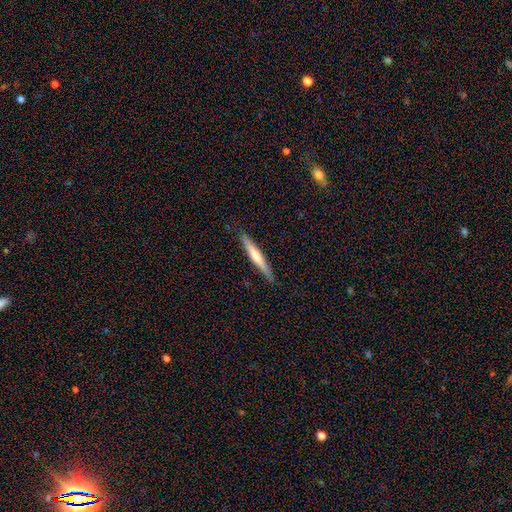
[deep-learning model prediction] Smooth or featured: smooth — 53% (featured or disk — 41%)
How rounded: cigar-shaped — 95% (in between — 4%)
Merging: none — 88% (minor disturbance — 9%)